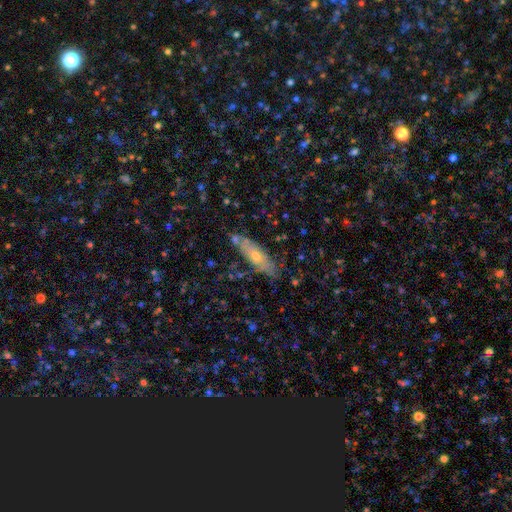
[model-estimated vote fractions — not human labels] Smooth or featured: smooth — 38% (star or artifact — 34%)
Merging: none — 80% (minor disturbance — 12%)